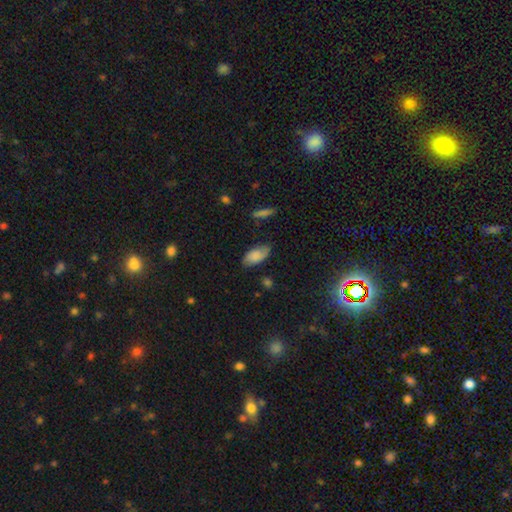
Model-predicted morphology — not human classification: Smooth or featured?
  - smooth: 70% *
  - featured or disk: 22%
  - star or artifact: 8%
How rounded?
  - in between: 92% *
  - cigar-shaped: 5%
  - round: 3%
Merging?
  - none: 73% *
  - minor disturbance: 21%
  - major disturbance: 4%
  - merger: 2%